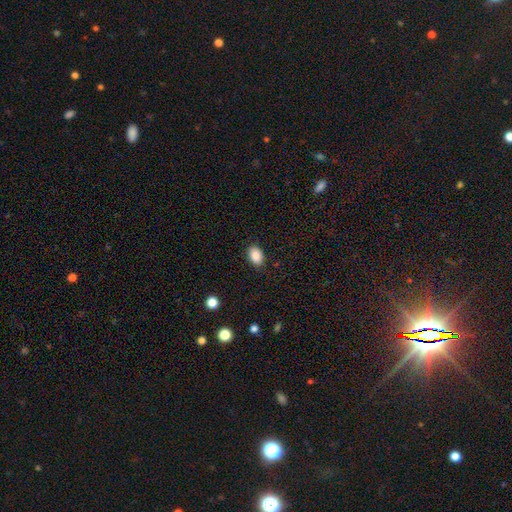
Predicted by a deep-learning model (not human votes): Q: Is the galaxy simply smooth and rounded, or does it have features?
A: smooth — 89%.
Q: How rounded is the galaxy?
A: in between — 85%.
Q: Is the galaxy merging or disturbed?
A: none — 86%.